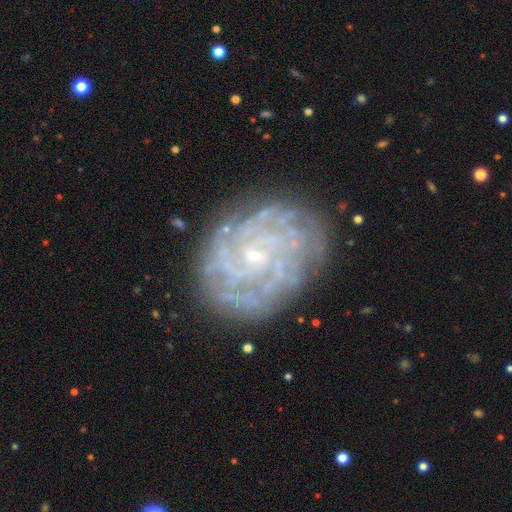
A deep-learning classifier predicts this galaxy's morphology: Smooth or featured: featured or disk — 85% (smooth — 8%)
Edge-on disk: no — 97% (yes — 3%)
Bar: no — 66% (weak — 27%)
Spiral arms: yes — 95% (no — 5%)
Spiral winding: tight — 75% (medium — 20%)
Spiral arm count: can't tell — 34% (4 — 19%)
Bulge size: small — 83% (moderate — 12%)
Merging: none — 80% (minor disturbance — 14%)